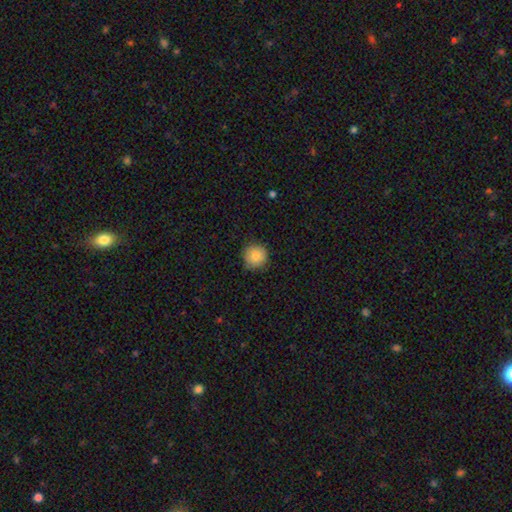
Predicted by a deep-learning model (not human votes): Smooth or featured: smooth — 80% (featured or disk — 11%)
How rounded: round — 92% (in between — 7%)
Merging: none — 83% (minor disturbance — 14%)